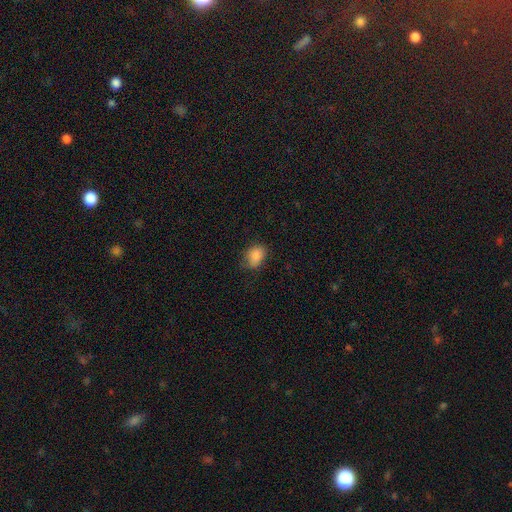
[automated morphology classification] This appears to be a smooth galaxy with no disk features (85%) that is in between round and cigar-shaped (68%). Merging: none (67%).